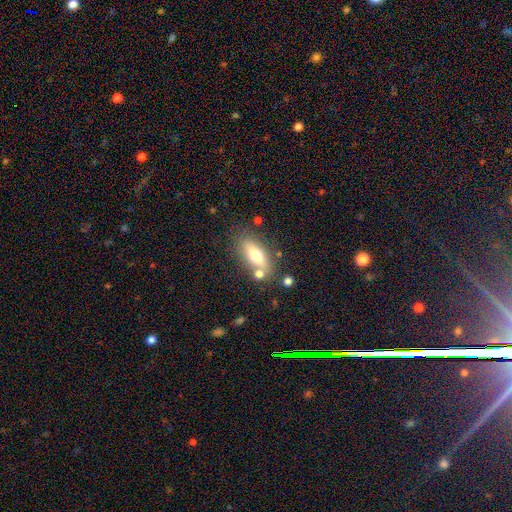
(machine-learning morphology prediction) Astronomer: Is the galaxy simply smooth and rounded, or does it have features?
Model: smooth — 68%.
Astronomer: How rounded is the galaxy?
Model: in between — 74%.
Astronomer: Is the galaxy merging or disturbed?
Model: none — 67%.